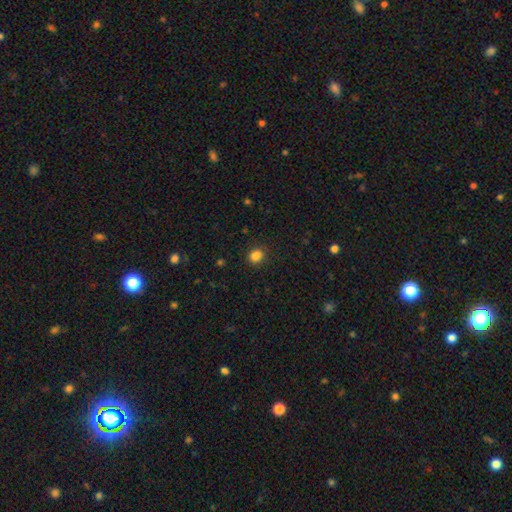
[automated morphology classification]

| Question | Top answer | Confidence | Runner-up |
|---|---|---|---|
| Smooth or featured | smooth | 85% | star or artifact (12%) |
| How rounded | round | 50% | in between (49%) |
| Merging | none | 85% | minor disturbance (11%) |